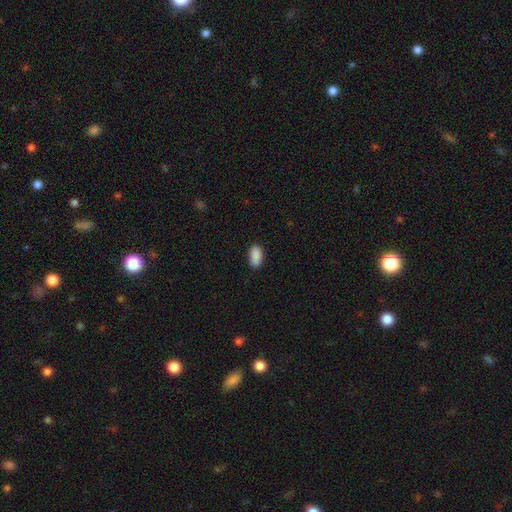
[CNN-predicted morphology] Smooth or featured? smooth (90%)
How rounded? in between (93%)
Merging? none (87%)